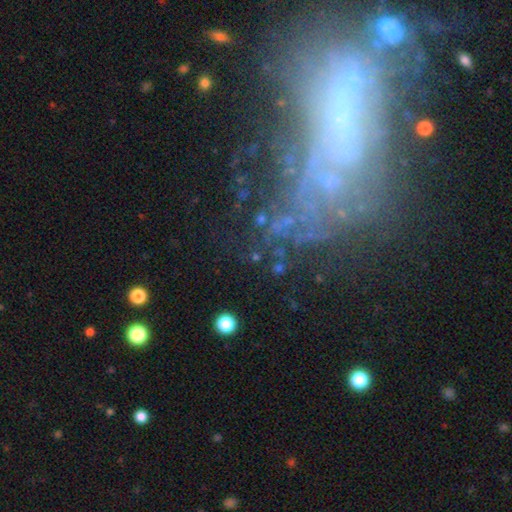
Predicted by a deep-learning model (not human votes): featured or disk 49%, star or artifact 27%, smooth 25%. Down the decision tree: merging — none (71%).